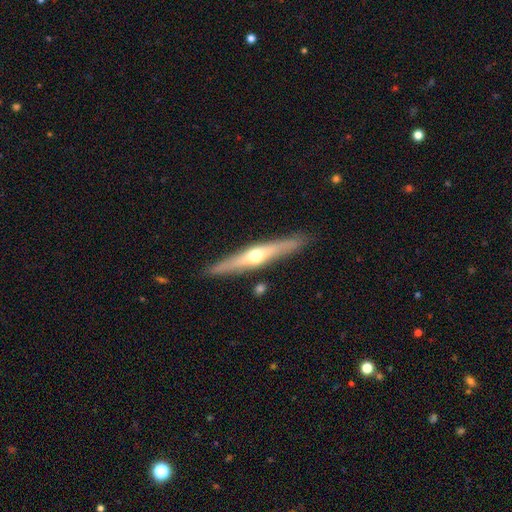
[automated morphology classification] A featured or disk galaxy (64%) viewed edge-on (94%) with a rounded central bulge (91%). Merging: none (88%).